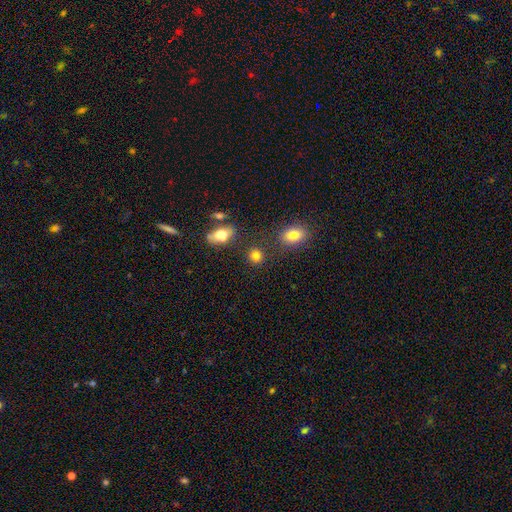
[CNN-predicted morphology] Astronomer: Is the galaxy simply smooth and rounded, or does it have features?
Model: smooth — 83%.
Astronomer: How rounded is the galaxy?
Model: round — 80%.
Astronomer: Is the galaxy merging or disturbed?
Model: none — 81%.